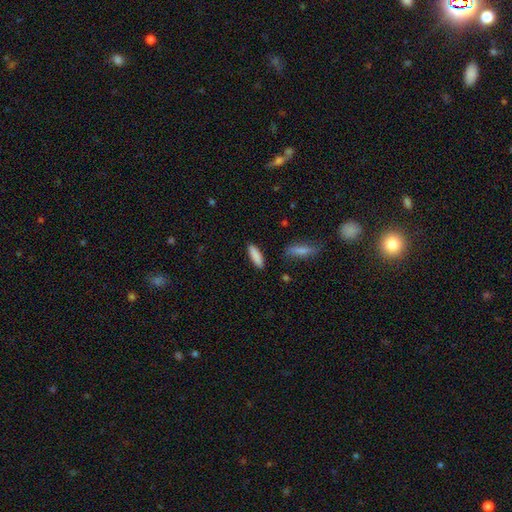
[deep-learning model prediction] Morphology: type=smooth (88%); roundness=cigar-shaped (54%); merging=none (86%).